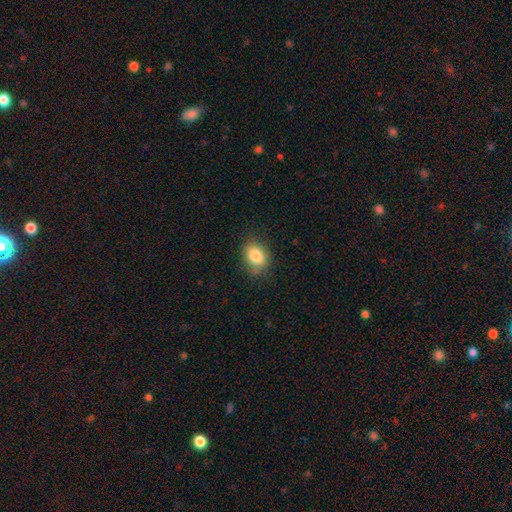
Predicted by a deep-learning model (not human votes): smooth_or_featured: smooth (p=0.83) [alt: star or artifact p=0.09]
how_rounded: in between (p=0.68) [alt: round p=0.30]
merging: none (p=0.77) [alt: minor disturbance p=0.18]